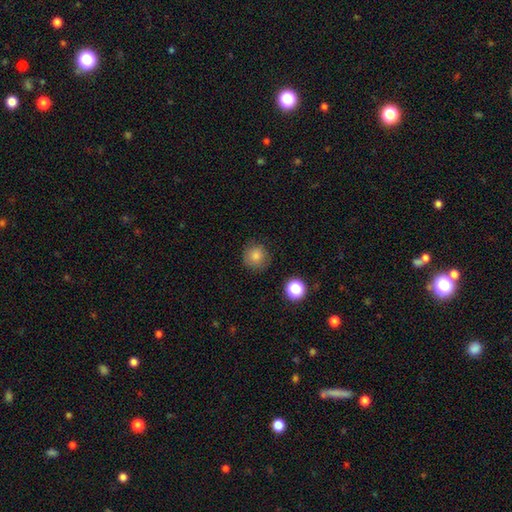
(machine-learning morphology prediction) smooth-or-featured: smooth: 82% | star or artifact: 12% | featured or disk: 7%
  how-rounded: round: 93% | in between: 6% | cigar-shaped: 1%
  merging: none: 84% | minor disturbance: 11% | major disturbance: 3% | merger: 2%